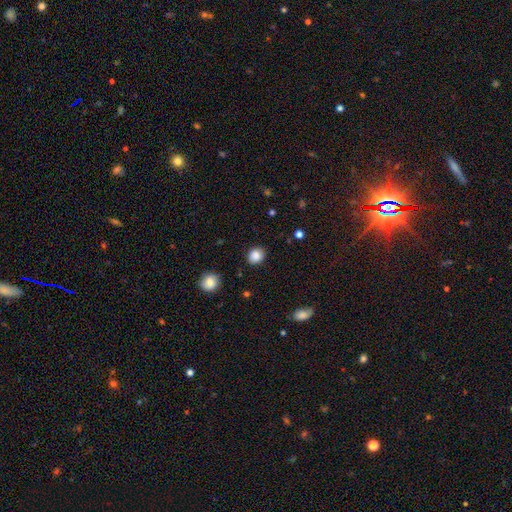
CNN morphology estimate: smooth-or-featured: smooth: 87% | star or artifact: 9% | featured or disk: 4%
  how-rounded: round: 71% | in between: 29% | cigar-shaped: 1%
  merging: none: 88% | minor disturbance: 8% | major disturbance: 2% | merger: 1%